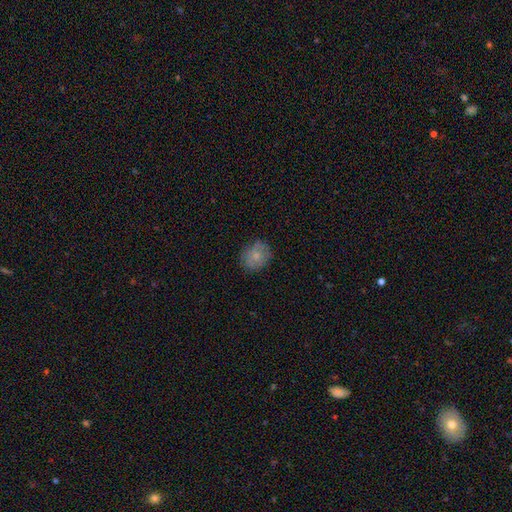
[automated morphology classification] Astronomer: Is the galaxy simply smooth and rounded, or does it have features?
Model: smooth — 71%.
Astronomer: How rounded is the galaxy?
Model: round — 63%.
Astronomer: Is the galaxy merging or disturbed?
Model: none — 75%.